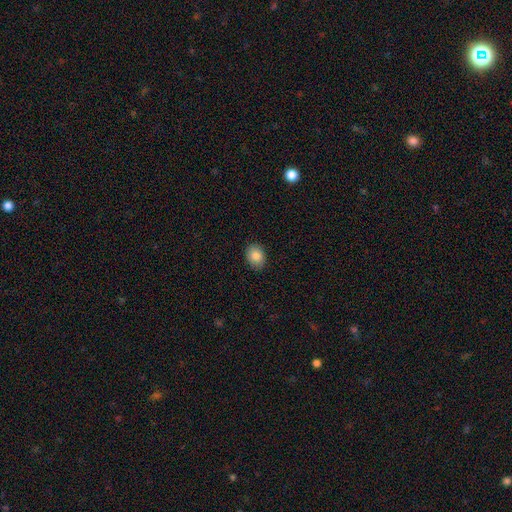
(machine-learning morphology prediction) Overall: smooth (86%). How rounded: in between (62%; round 37%). Merging: none (88%).